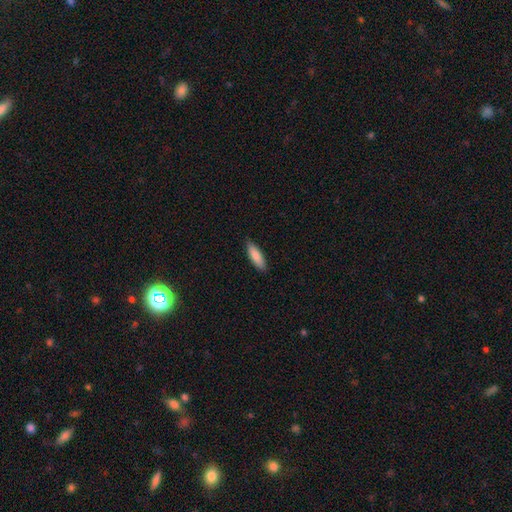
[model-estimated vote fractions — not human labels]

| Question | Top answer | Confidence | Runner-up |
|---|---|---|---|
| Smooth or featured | smooth | 86% | featured or disk (9%) |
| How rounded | cigar-shaped | 51% | in between (48%) |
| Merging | none | 88% | minor disturbance (10%) |